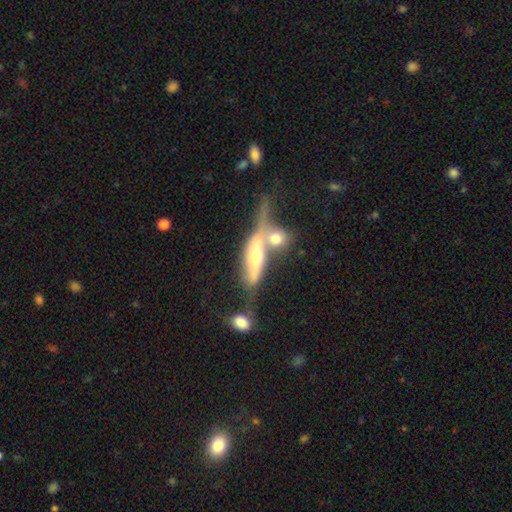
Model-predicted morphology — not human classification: smooth-or-featured: featured or disk: 63% | smooth: 29% | star or artifact: 8%
  disk-edge-on: yes: 69% | no: 31%
  merging: merger: 46% | none: 27% | minor disturbance: 15% | major disturbance: 12%